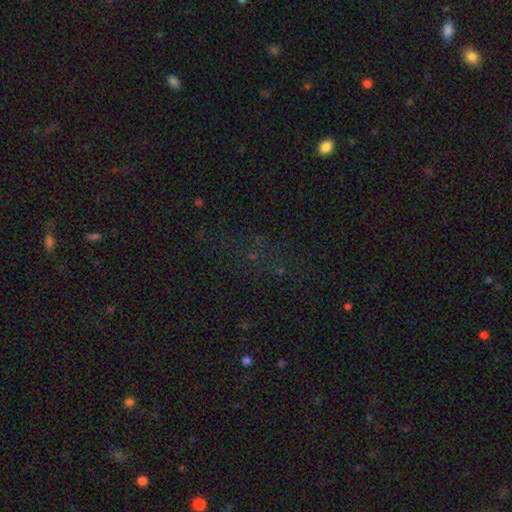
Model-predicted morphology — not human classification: A star or artifact, not a galaxy (65%).